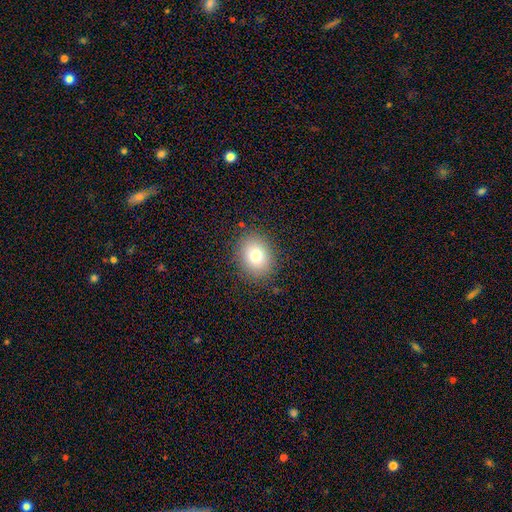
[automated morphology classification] type=smooth (77%); roundness=round (57%); merging=none (86%).